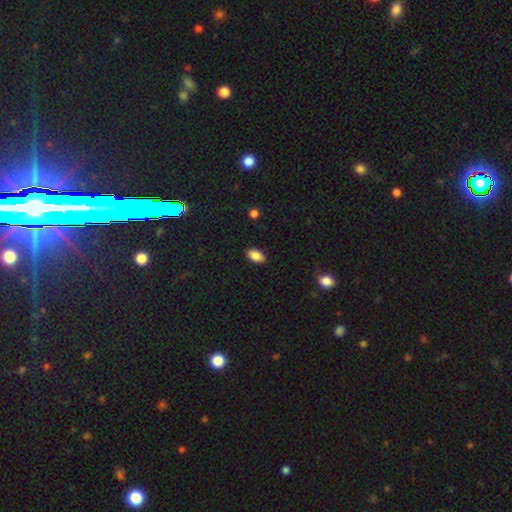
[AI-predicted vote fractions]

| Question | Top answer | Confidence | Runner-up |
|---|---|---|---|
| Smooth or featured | smooth | 86% | star or artifact (8%) |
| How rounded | in between | 92% | round (5%) |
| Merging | none | 88% | minor disturbance (9%) |